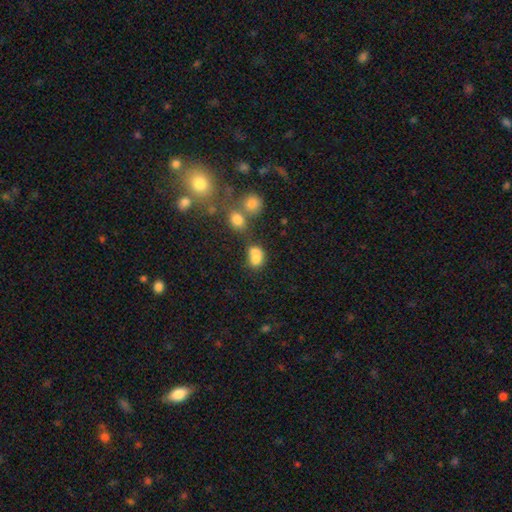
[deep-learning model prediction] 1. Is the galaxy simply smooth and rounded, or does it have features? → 74% smooth, 13% featured or disk, 13% star or artifact.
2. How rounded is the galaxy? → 57% in between, 42% round, 1% cigar-shaped.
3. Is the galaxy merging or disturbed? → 52% merger, 29% none, 12% minor disturbance, 7% major disturbance.